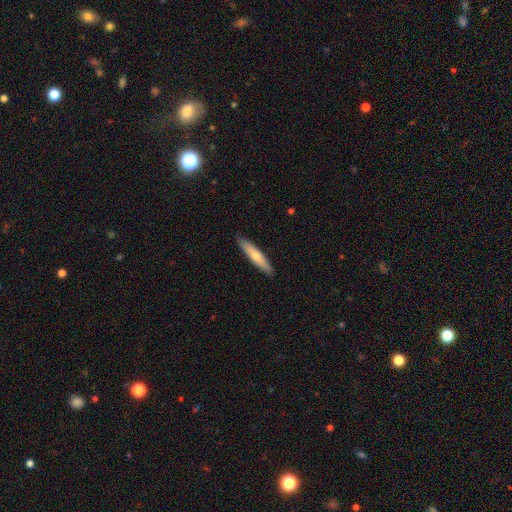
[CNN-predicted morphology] A smooth galaxy with no disk features (68%) that is cigar-shaped (89%). Merging: none (90%).